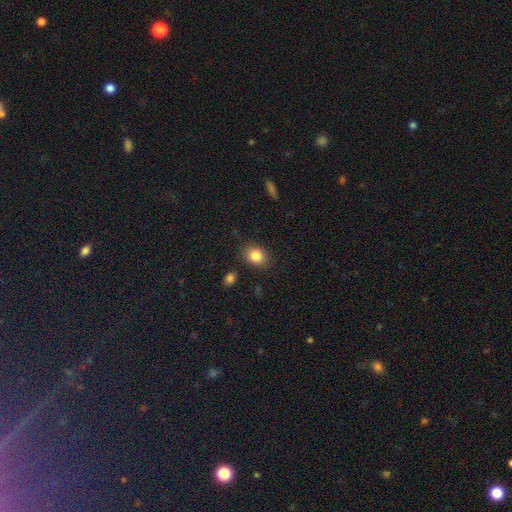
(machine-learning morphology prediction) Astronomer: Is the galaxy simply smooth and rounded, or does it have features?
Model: smooth — 85%.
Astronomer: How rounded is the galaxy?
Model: in between — 54% (runner-up: round, 45%).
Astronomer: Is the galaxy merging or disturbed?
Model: none — 86%.